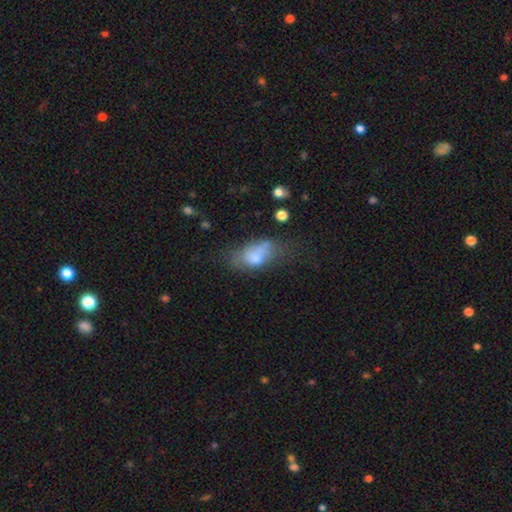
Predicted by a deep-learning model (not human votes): smooth 66%, featured or disk 23%, star or artifact 11%. Down the decision tree: how rounded — in between (86%); merging — major disturbance (32%).